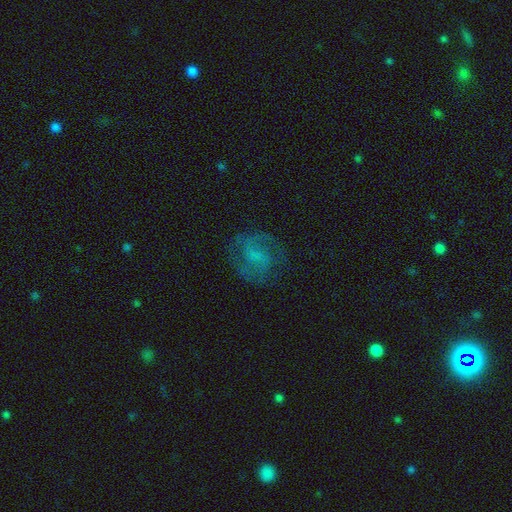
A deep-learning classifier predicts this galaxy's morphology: Smooth or featured: featured or disk — 67% (smooth — 22%)
Edge-on disk: no — 98% (yes — 2%)
Bar: weak — 47% (no — 41%)
Spiral arms: yes — 89% (no — 11%)
Spiral winding: medium — 52% (tight — 27%)
Spiral arm count: 2 — 77% (can't tell — 12%)
Bulge size: none — 44% (small — 34%)
Merging: none — 73% (minor disturbance — 15%)